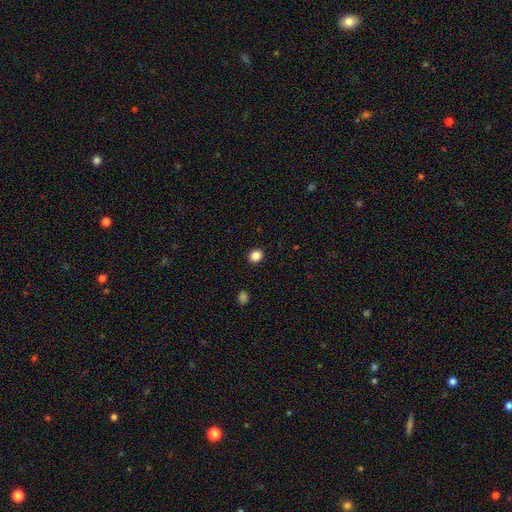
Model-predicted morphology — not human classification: Overall: smooth (86%). How rounded: round (79%). Merging: none (92%).